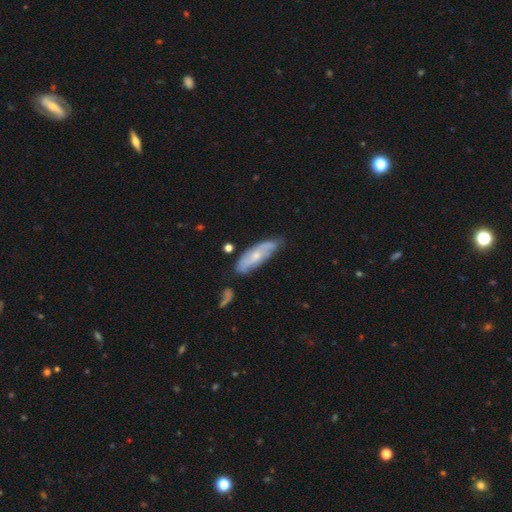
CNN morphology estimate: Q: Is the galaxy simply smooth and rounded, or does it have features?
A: featured or disk — 52%.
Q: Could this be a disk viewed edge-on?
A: no — 74%.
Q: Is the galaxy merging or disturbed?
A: none — 62%.